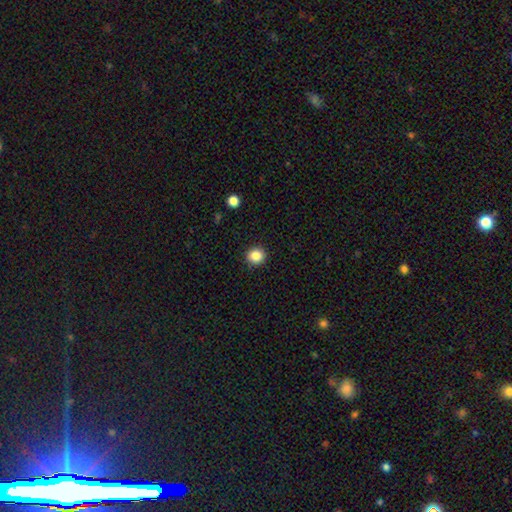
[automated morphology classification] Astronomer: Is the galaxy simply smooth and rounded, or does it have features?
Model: smooth — 85%.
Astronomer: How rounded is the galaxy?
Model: round — 90%.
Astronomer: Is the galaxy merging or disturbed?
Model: none — 92%.